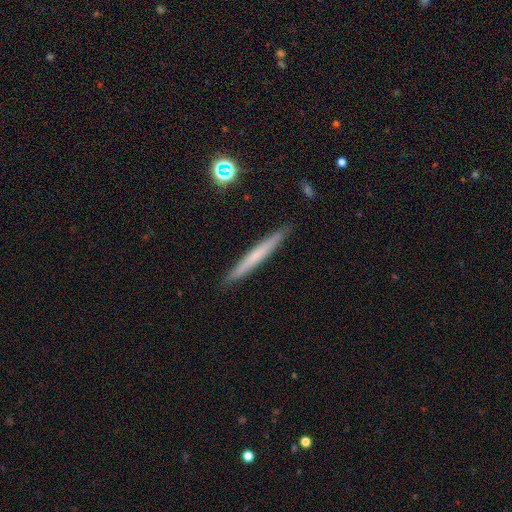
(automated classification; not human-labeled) smooth 53%, featured or disk 41%, star or artifact 6%. Down the decision tree: how rounded — cigar-shaped (97%); merging — none (91%).